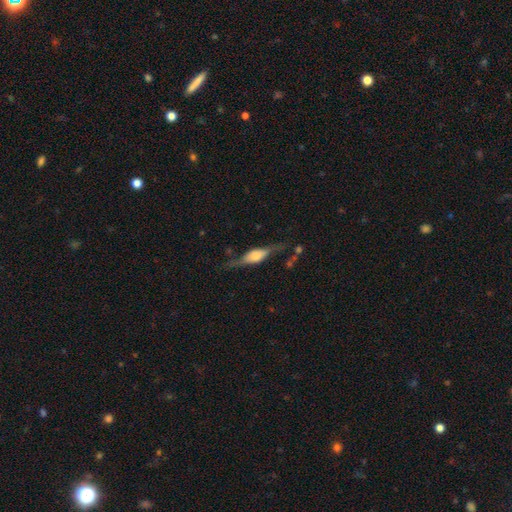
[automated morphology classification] Smooth or featured: featured or disk — 70% (smooth — 24%)
Edge-on disk: yes — 93% (no — 7%)
Edge-on bulge: rounded — 75% (boxy — 22%)
Merging: none — 71% (minor disturbance — 18%)